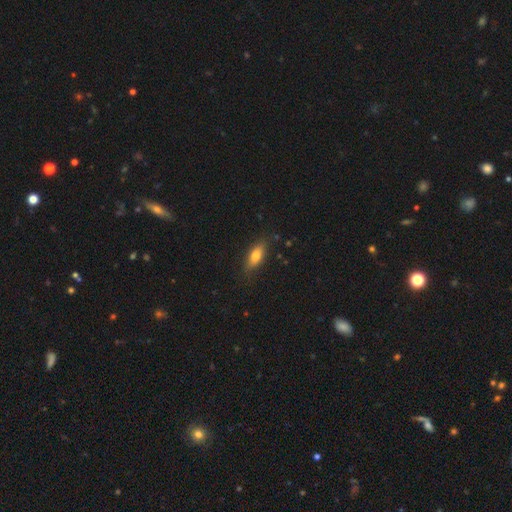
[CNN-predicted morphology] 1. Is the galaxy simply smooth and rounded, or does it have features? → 73% smooth, 20% featured or disk, 7% star or artifact.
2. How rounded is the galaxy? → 72% in between, 24% cigar-shaped, 4% round.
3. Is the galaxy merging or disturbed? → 82% none, 14% minor disturbance, 3% major disturbance, 1% merger.